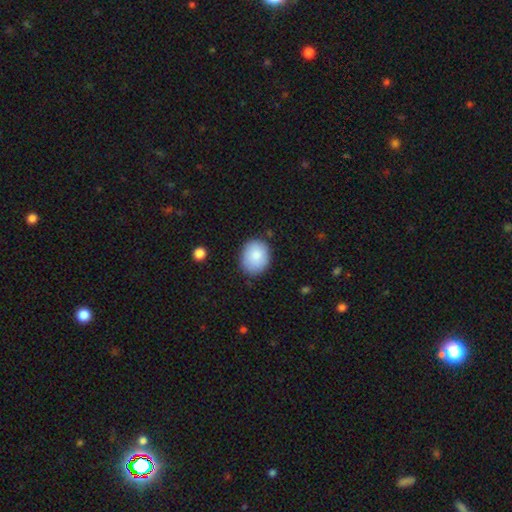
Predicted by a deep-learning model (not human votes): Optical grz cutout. It shows a smooth galaxy with no disk features (86%) that is round (56%). Merging: none (81%).